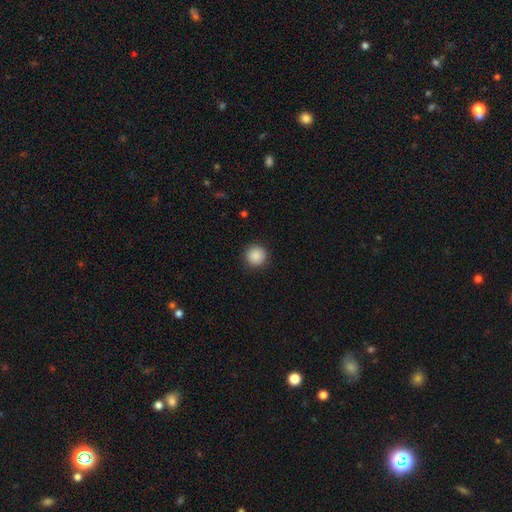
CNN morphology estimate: The model was most divided on "smooth or featured": smooth: 88%, star or artifact: 9%, featured or disk: 3%. More confident: how rounded — round (95%); merging — none (91%).